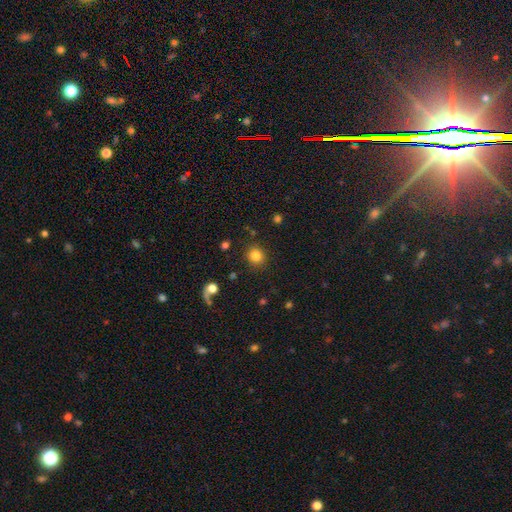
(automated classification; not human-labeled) Morphology: type=smooth (82%); roundness=round (89%); merging=none (88%).